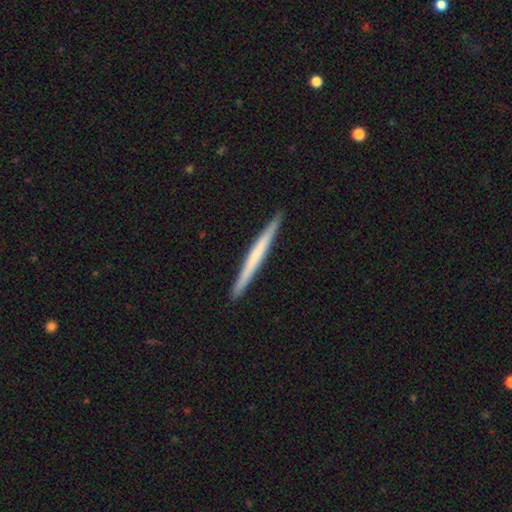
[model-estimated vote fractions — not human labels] A smooth galaxy with no disk features (48%). Merging: none (92%).